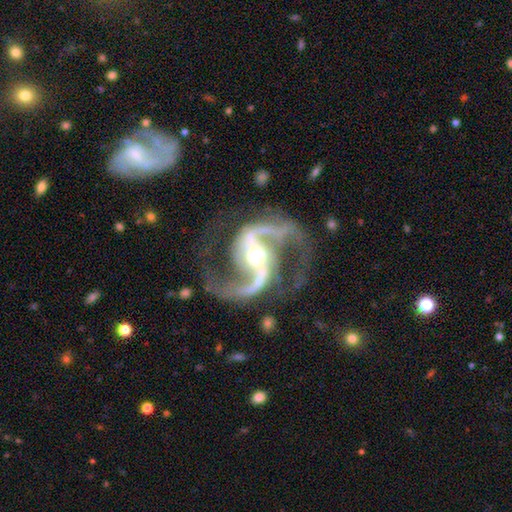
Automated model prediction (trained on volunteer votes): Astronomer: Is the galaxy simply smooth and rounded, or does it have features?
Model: featured or disk — 94%.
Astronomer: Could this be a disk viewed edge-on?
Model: no — 98%.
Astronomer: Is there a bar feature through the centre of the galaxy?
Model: strong — 55%.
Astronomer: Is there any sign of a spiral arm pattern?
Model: yes — 98%.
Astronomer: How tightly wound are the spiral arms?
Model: medium — 54% (runner-up: loose, 38%).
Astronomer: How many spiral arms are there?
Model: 2 — 93%.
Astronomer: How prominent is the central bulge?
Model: moderate — 65%.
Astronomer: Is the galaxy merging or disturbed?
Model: none — 73%.